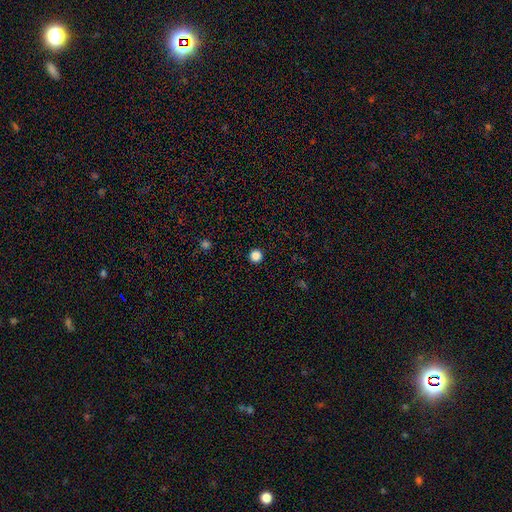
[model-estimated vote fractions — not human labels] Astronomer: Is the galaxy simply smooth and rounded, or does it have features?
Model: smooth — 86%.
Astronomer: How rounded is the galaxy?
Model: round — 96%.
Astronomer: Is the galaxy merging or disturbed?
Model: none — 94%.